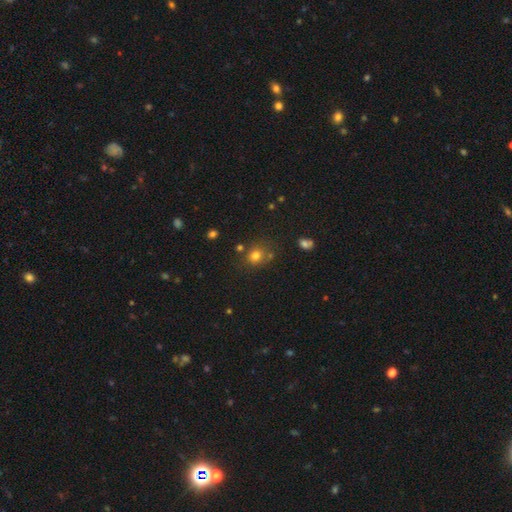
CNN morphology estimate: smooth-or-featured: smooth: 75% | star or artifact: 17% | featured or disk: 8%
  how-rounded: round: 78% | in between: 21% | cigar-shaped: 1%
  merging: none: 71% | minor disturbance: 13% | merger: 12% | major disturbance: 5%